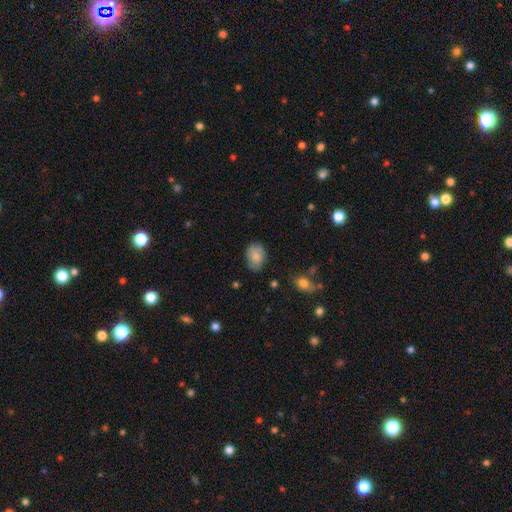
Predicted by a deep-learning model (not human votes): Smooth or featured? smooth (81%)
How rounded? in between (76%)
Merging? none (76%)